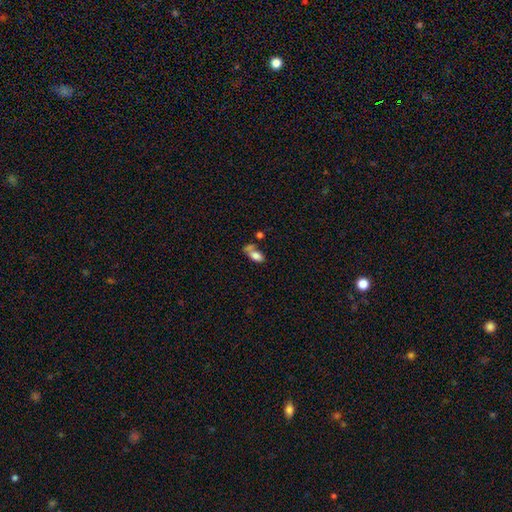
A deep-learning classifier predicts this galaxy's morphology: A smooth galaxy with no disk features (76%) that is in between round and cigar-shaped (88%). Merging: merger (36%).